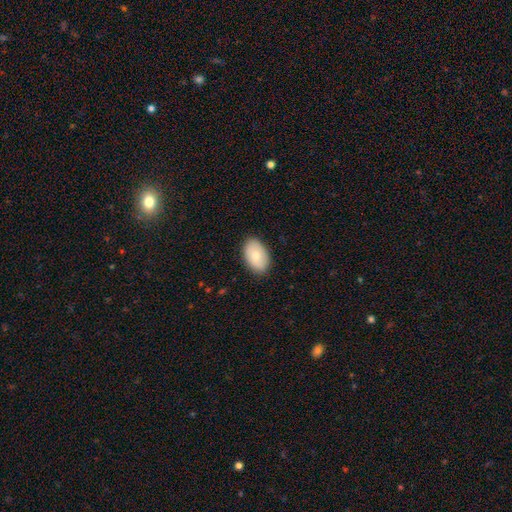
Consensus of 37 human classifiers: smooth-or-featured: smooth: 84% | featured or disk: 11% | star or artifact: 5%
  how-rounded: in between: 87% | round: 13% | cigar-shaped: 0%
  merging: none: 89% | minor disturbance: 9% | major disturbance: 3% | merger: 0%